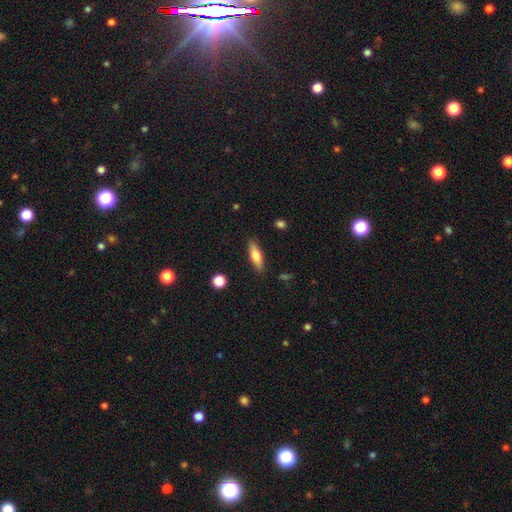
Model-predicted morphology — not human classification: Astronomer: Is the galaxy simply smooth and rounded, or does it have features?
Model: smooth — 69%.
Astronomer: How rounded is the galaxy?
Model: cigar-shaped — 49% (runner-up: in between, 48%).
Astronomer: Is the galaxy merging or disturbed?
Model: none — 86%.